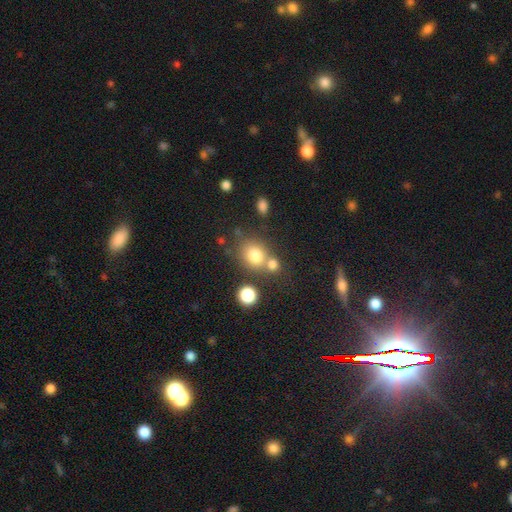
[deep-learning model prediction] A smooth galaxy with no disk features (75%) that is round (72%). Merging: none (56%).